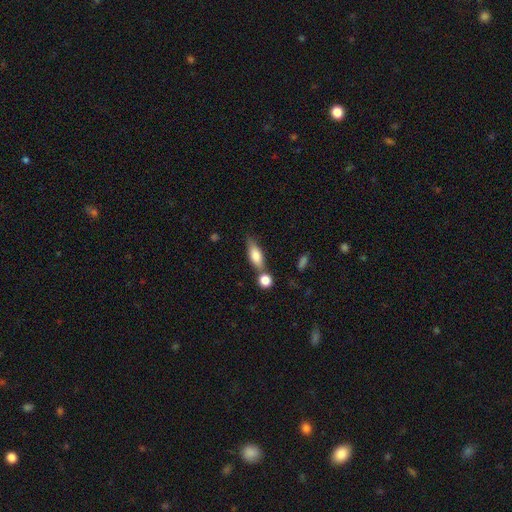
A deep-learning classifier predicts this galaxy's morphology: Q: Smooth or featured?
A: smooth (74%); runner-up: featured or disk (19%)
Q: How rounded?
A: in between (67%); runner-up: cigar-shaped (29%)
Q: Merging?
A: none (55%); runner-up: merger (25%)